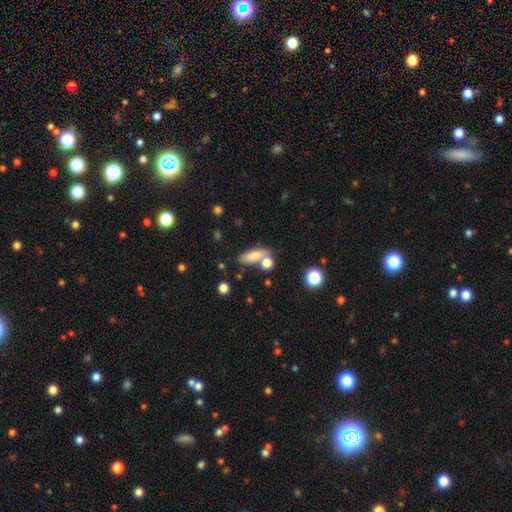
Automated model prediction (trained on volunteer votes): This appears to be a smooth galaxy with no disk features (80%) that is in between round and cigar-shaped (64%). Merging: none (55%).